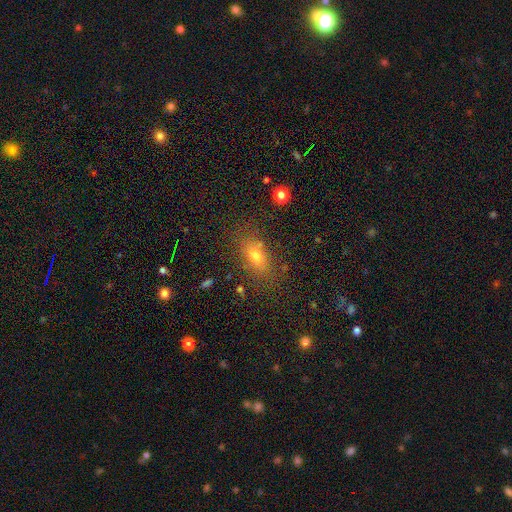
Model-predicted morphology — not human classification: Smooth or featured?
  - smooth: 71% *
  - star or artifact: 17%
  - featured or disk: 13%
How rounded?
  - in between: 77% *
  - round: 15%
  - cigar-shaped: 7%
Merging?
  - none: 78% *
  - minor disturbance: 13%
  - major disturbance: 5%
  - merger: 4%